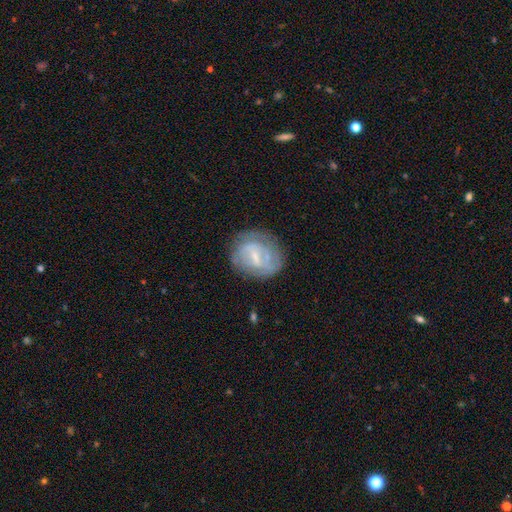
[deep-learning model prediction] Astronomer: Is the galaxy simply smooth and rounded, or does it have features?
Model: featured or disk — 61%.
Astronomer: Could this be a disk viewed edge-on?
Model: no — 96%.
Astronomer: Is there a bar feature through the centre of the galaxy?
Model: weak — 52%.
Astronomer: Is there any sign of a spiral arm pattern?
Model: yes — 61% (runner-up: no, 39%).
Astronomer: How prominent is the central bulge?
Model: small — 54%.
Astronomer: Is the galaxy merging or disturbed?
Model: none — 67%.